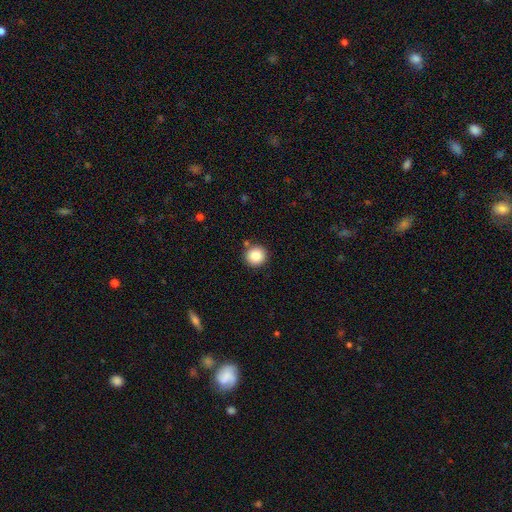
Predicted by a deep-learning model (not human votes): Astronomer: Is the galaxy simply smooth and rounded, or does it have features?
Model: smooth — 84%.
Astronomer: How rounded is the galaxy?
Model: round — 95%.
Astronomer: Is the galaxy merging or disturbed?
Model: none — 87%.